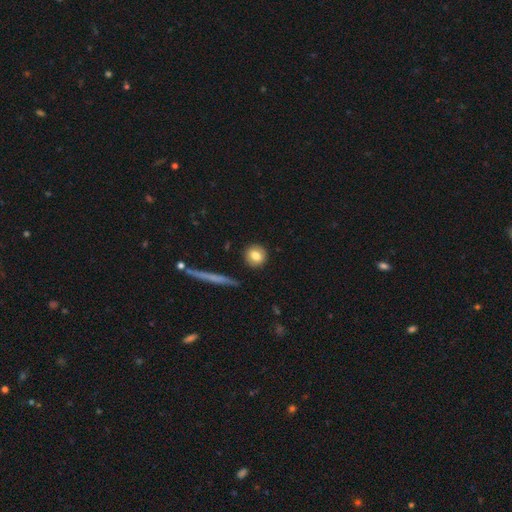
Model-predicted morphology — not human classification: The model was most divided on "smooth or featured": smooth: 79%, featured or disk: 13%, star or artifact: 8%. More confident: merging — none (89%); how rounded — round (86%).